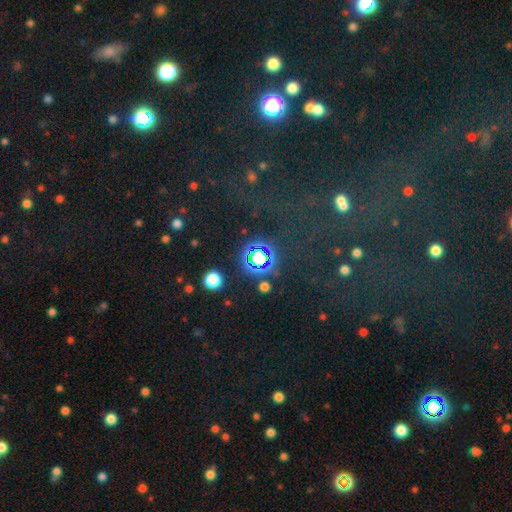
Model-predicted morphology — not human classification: type=star or artifact (69%).